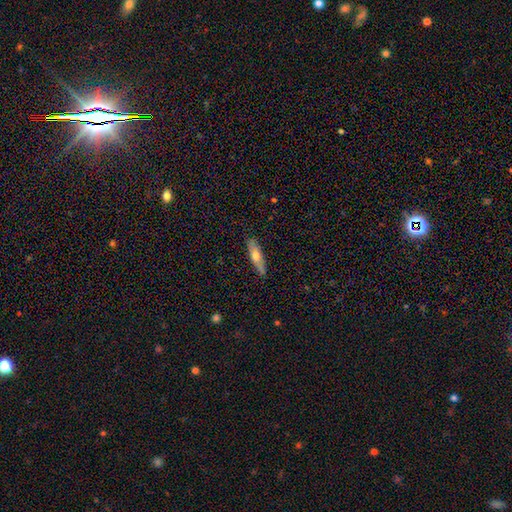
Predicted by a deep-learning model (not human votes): Overall: smooth (55%; featured or disk 39%). How rounded: cigar-shaped (76%). Merging: none (88%).